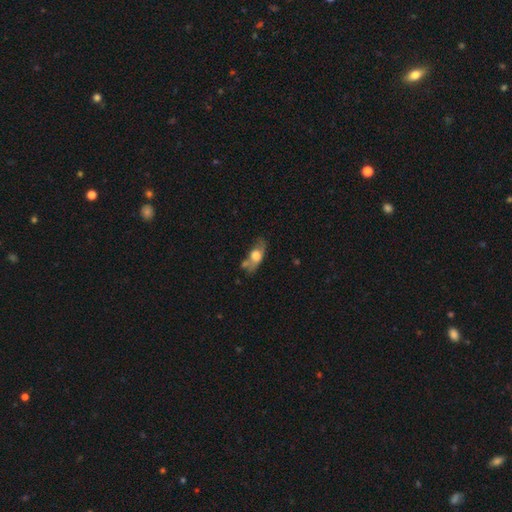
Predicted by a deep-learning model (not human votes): This appears to be a smooth galaxy with no disk features (55%) that is in between round and cigar-shaped (73%). Merging: none (50%).